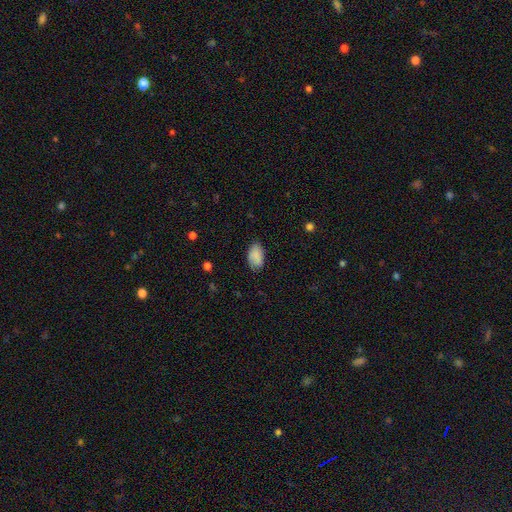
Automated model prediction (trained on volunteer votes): This is clearly a smooth galaxy (87%). How rounded: clearly in between (92%). Merging: likely none (75%).